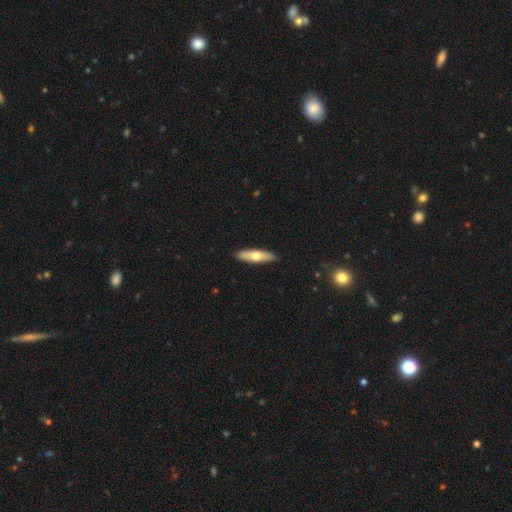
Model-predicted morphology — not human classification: Smooth or featured: smooth — 59% (featured or disk — 36%)
How rounded: cigar-shaped — 67% (in between — 31%)
Merging: none — 90% (minor disturbance — 7%)